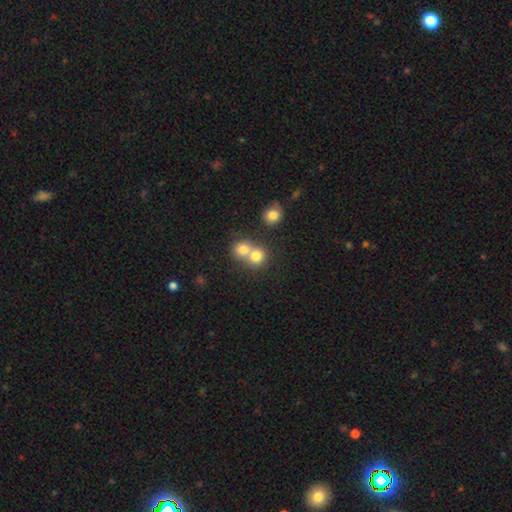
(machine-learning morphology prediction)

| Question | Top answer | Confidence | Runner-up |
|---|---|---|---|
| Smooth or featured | smooth | 77% | star or artifact (12%) |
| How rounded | round | 82% | in between (17%) |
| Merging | merger | 56% | none (37%) |